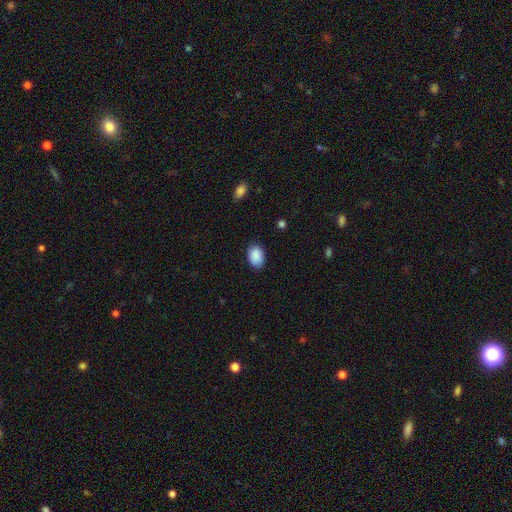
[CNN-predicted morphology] Smooth or featured?
  - smooth: 90% *
  - star or artifact: 7%
  - featured or disk: 3%
How rounded?
  - in between: 82% *
  - round: 17%
  - cigar-shaped: 1%
Merging?
  - none: 84% *
  - minor disturbance: 12%
  - major disturbance: 3%
  - merger: 1%